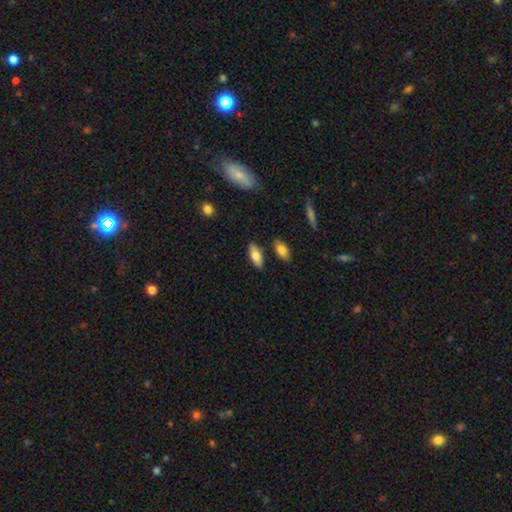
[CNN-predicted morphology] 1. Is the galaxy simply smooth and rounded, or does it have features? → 78% smooth, 16% featured or disk, 6% star or artifact.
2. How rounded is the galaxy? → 81% in between, 17% cigar-shaped, 2% round.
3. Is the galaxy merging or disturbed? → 83% none, 10% minor disturbance, 4% merger, 2% major disturbance.